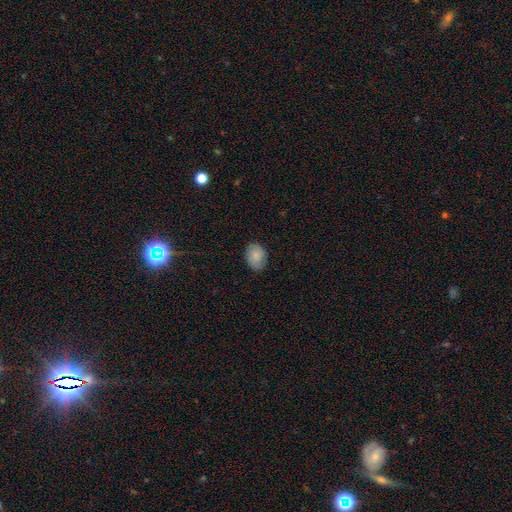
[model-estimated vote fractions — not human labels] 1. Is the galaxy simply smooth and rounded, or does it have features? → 79% smooth, 14% featured or disk, 7% star or artifact.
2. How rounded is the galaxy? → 73% in between, 26% round, 1% cigar-shaped.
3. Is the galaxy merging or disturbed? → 82% none, 14% minor disturbance, 3% major disturbance, 1% merger.